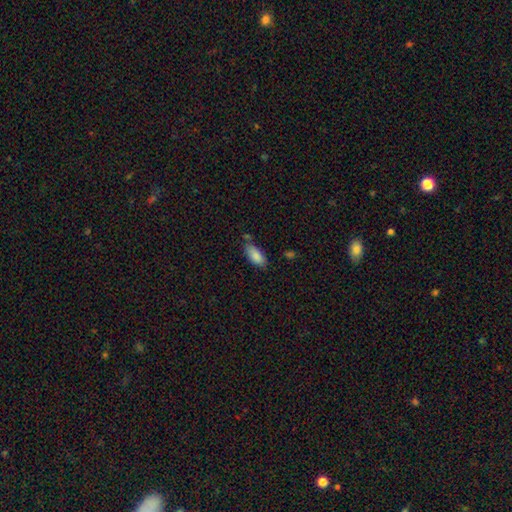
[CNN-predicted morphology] A smooth galaxy with no disk features (87%) that is in between round and cigar-shaped (87%). Merging: none (69%).